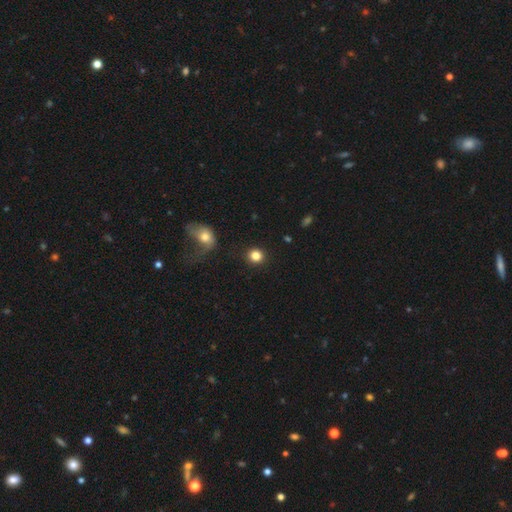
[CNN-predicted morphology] smooth-or-featured: smooth: 84% | star or artifact: 11% | featured or disk: 5%
  how-rounded: round: 90% | in between: 9% | cigar-shaped: 1%
  merging: none: 90% | minor disturbance: 5% | major disturbance: 3% | merger: 2%